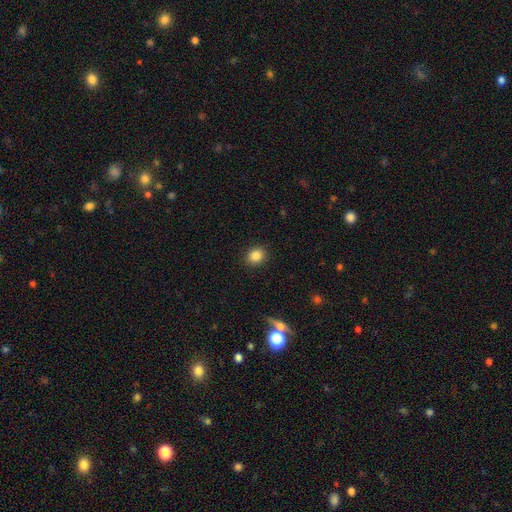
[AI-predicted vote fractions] Smooth or featured?
  - smooth: 84% *
  - star or artifact: 10%
  - featured or disk: 5%
How rounded?
  - round: 70% *
  - in between: 29%
  - cigar-shaped: 1%
Merging?
  - none: 90% *
  - minor disturbance: 6%
  - major disturbance: 2%
  - merger: 1%